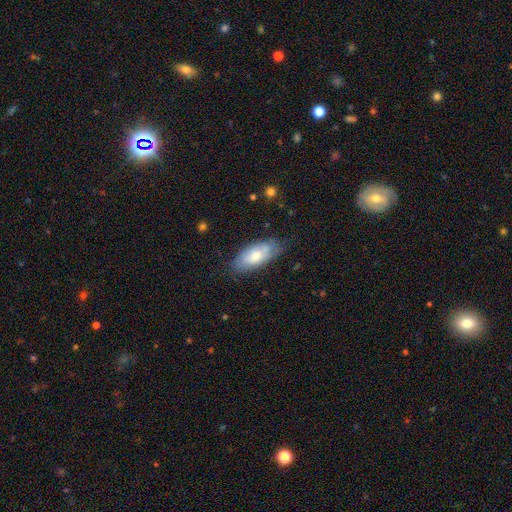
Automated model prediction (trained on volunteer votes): A smooth galaxy with no disk features (65%) that is in between round and cigar-shaped (89%). Merging: none (70%).